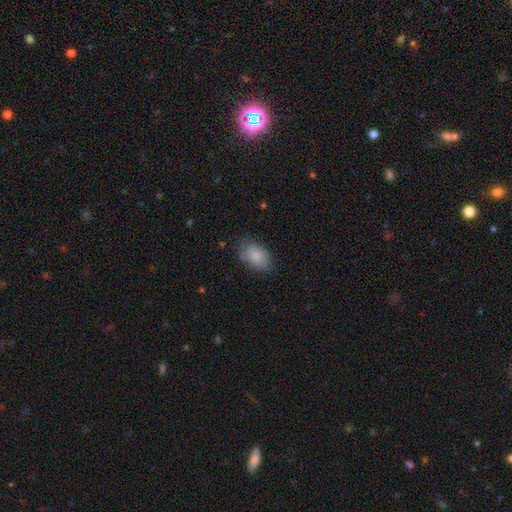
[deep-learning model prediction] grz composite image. It shows a smooth galaxy with no disk features (86%) that is in between round and cigar-shaped (89%). Merging: none (71%).